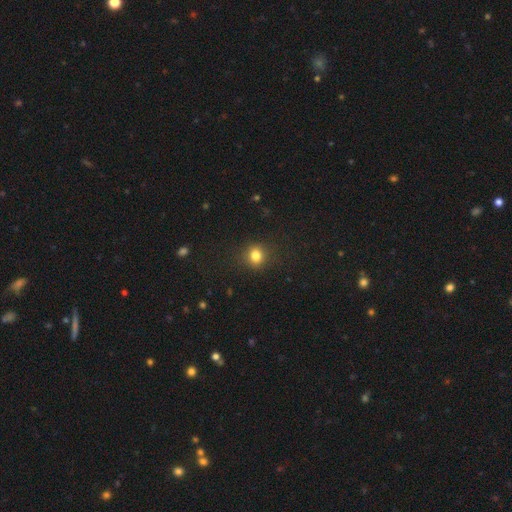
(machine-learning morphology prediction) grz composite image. It shows a smooth galaxy with no disk features (82%) that is round (75%). Merging: none (88%).